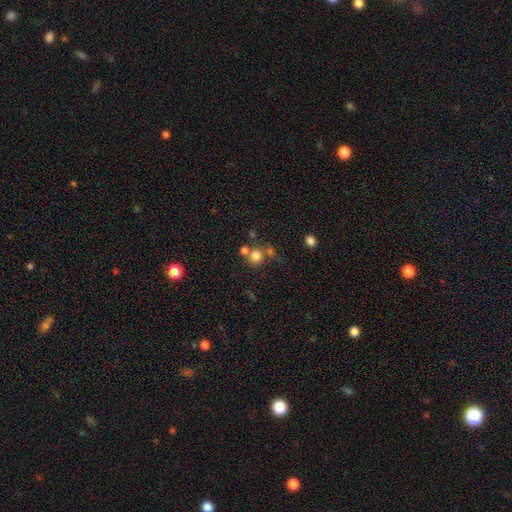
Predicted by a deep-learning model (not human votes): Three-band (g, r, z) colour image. It shows a smooth galaxy with no disk features (76%) that is round (90%). Merging: none (55%).